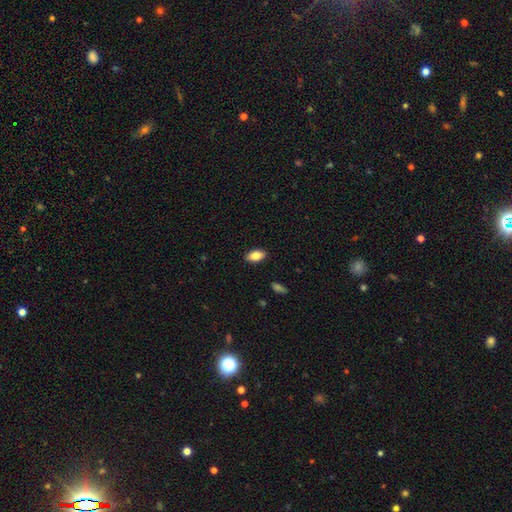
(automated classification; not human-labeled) Smooth or featured?
  - smooth: 81% *
  - featured or disk: 11%
  - star or artifact: 7%
How rounded?
  - in between: 91% *
  - cigar-shaped: 4%
  - round: 4%
Merging?
  - none: 89% *
  - minor disturbance: 8%
  - major disturbance: 2%
  - merger: 1%